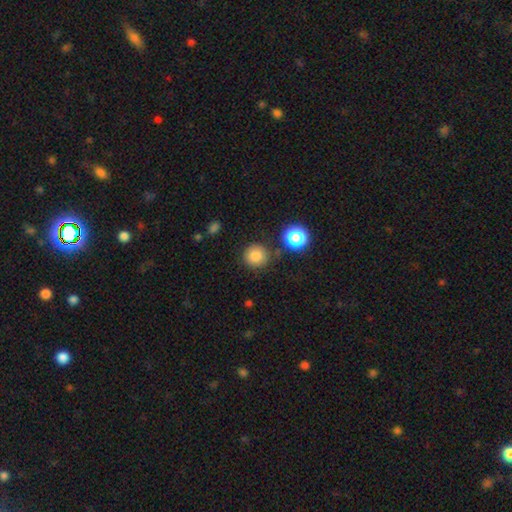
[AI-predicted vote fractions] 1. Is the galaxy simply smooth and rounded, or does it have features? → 82% smooth, 13% star or artifact, 6% featured or disk.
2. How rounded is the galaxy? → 92% round, 7% in between, 1% cigar-shaped.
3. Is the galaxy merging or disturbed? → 84% none, 9% minor disturbance, 5% merger, 3% major disturbance.